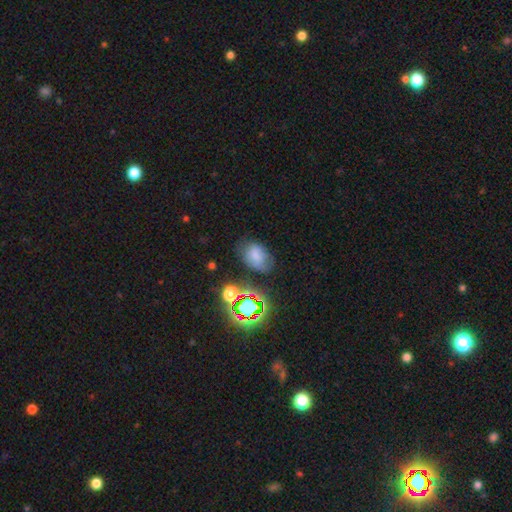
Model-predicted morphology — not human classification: A smooth galaxy with no disk features (65%) that is in between round and cigar-shaped (78%). Merging: none (57%).